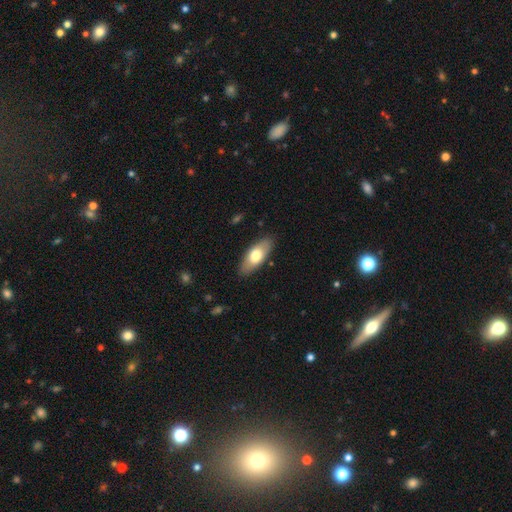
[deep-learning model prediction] Morphology: type=smooth (68%); roundness=in between (82%); merging=none (87%).